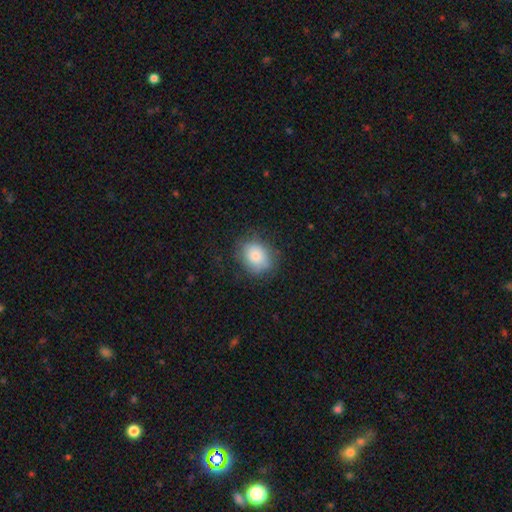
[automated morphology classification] This is likely a smooth galaxy (79%). How rounded: possibly round (51%). Merging: likely none (74%).